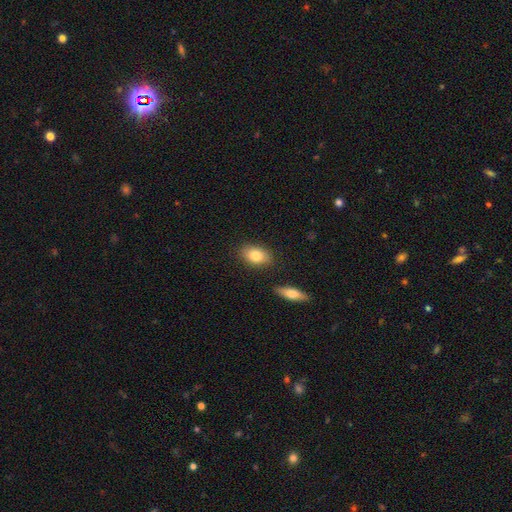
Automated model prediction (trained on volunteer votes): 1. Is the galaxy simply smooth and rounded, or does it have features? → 81% smooth, 12% featured or disk, 7% star or artifact.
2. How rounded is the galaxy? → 84% in between, 13% round, 3% cigar-shaped.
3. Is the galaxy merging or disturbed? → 83% none, 11% minor disturbance, 4% merger, 2% major disturbance.